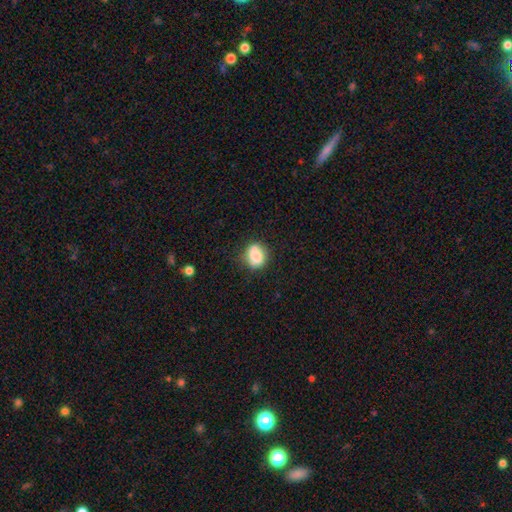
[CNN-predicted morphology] Overall: smooth (77%). How rounded: round (59%; in between 39%). Merging: none (63%).